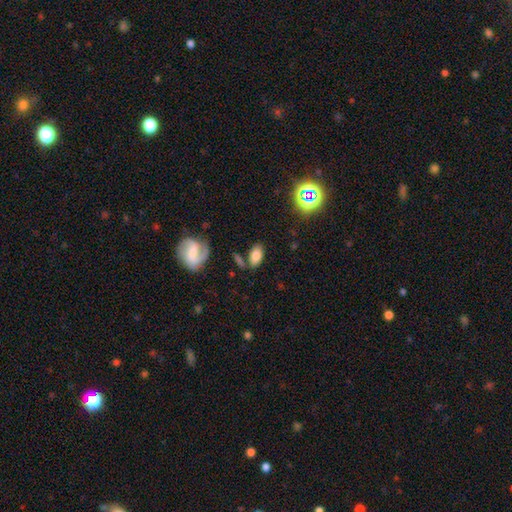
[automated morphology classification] smooth 75%, featured or disk 15%, star or artifact 10%. Down the decision tree: how rounded — in between (91%); merging — none (73%).